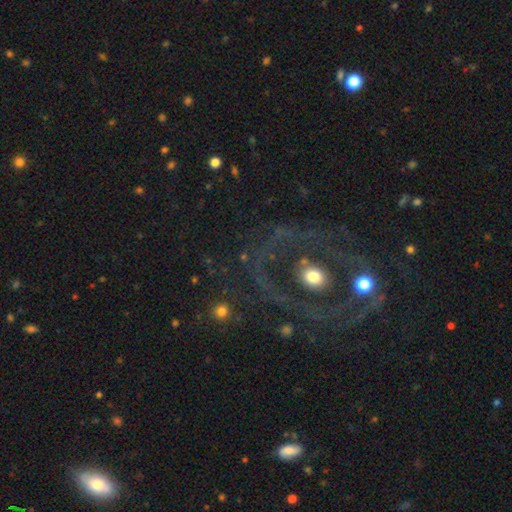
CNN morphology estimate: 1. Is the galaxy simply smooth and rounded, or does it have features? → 61% featured or disk, 21% smooth, 19% star or artifact.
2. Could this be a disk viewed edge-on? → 93% no, 7% yes.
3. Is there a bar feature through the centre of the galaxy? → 75% no, 15% weak, 10% strong.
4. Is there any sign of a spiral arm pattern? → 67% no, 33% yes.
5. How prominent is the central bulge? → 64% moderate, 16% small, 14% large, 4% none, 3% dominant.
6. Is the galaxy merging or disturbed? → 70% none, 13% minor disturbance, 12% major disturbance, 5% merger.